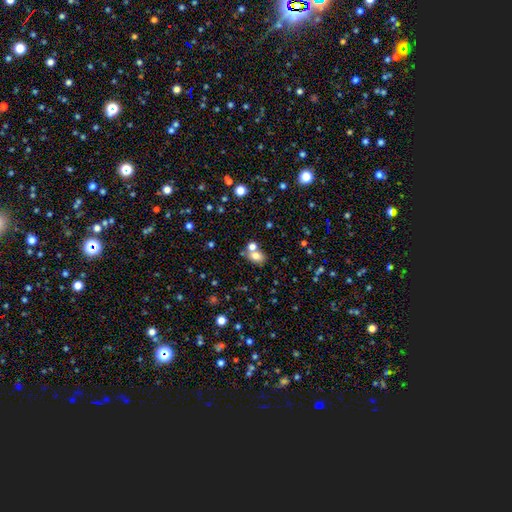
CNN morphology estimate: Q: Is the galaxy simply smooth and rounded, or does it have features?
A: smooth — 75%.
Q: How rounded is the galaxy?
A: in between — 64%.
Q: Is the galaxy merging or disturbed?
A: none — 46%.